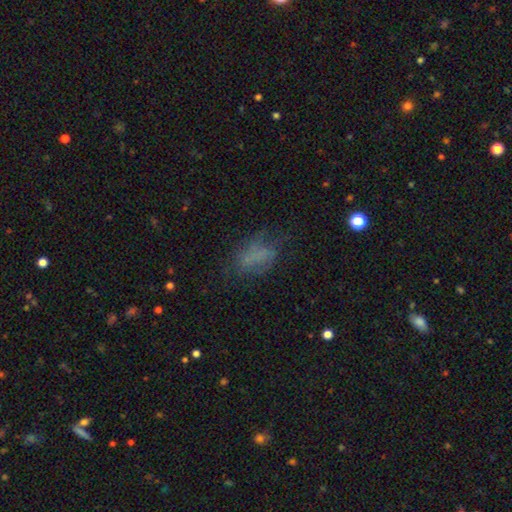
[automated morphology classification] Smooth or featured?
  - smooth: 56% *
  - featured or disk: 25%
  - star or artifact: 20%
How rounded?
  - in between: 83% *
  - round: 14%
  - cigar-shaped: 3%
Merging?
  - none: 49% *
  - major disturbance: 24%
  - minor disturbance: 24%
  - merger: 3%